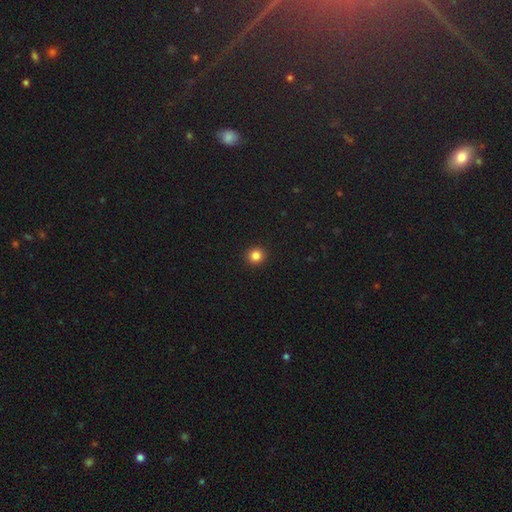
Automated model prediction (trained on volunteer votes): Smooth or featured? Predicted: smooth (p=0.84). How rounded? Predicted: round (p=0.94). Merging? Predicted: none (p=0.93).